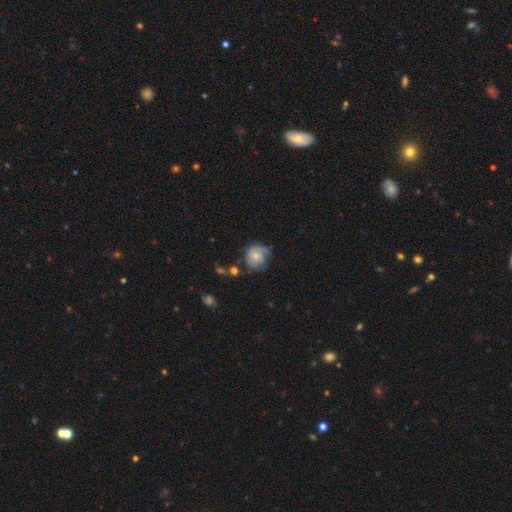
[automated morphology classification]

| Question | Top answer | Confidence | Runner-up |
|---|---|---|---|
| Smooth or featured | featured or disk | 53% | smooth (40%) |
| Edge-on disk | no | 97% | yes (3%) |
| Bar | no | 83% | weak (14%) |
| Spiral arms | yes | 74% | no (26%) |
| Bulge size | small | 53% | moderate (41%) |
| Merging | none | 49% | minor disturbance (28%) |